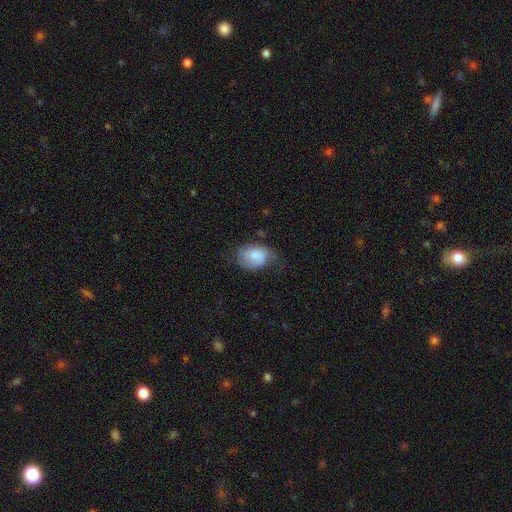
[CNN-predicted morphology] Smooth or featured: smooth — 72% (featured or disk — 21%)
How rounded: in between — 71% (round — 27%)
Merging: none — 46% (minor disturbance — 36%)